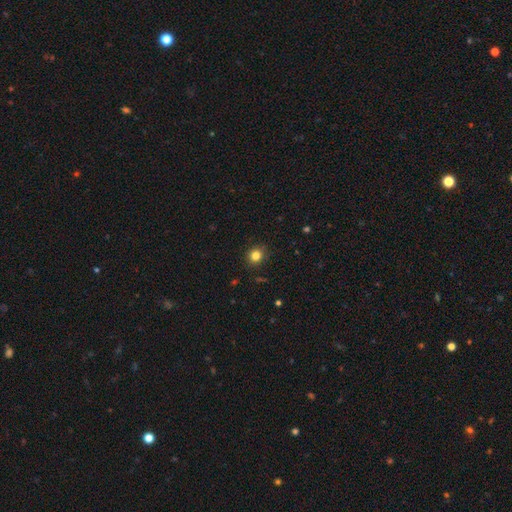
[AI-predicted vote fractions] Morphology: type=smooth (82%); roundness=round (85%); merging=none (88%).